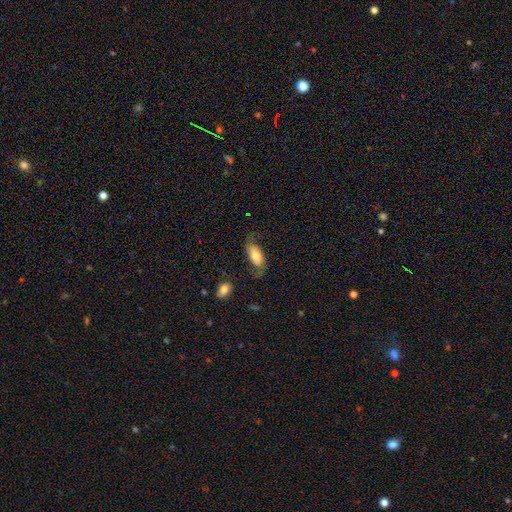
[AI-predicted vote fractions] smooth-or-featured: smooth: 59% | featured or disk: 34% | star or artifact: 7%
  how-rounded: in between: 87% | cigar-shaped: 10% | round: 3%
  merging: none: 60% | minor disturbance: 23% | major disturbance: 14% | merger: 3%